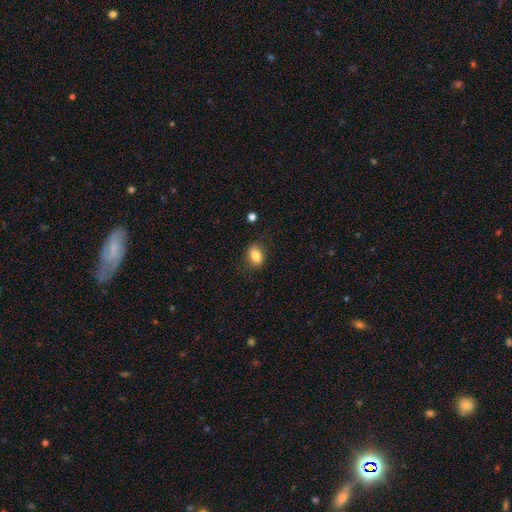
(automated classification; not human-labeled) smooth-or-featured: smooth: 84% | star or artifact: 9% | featured or disk: 7%
  how-rounded: in between: 77% | round: 21% | cigar-shaped: 2%
  merging: none: 79% | minor disturbance: 15% | major disturbance: 4% | merger: 1%